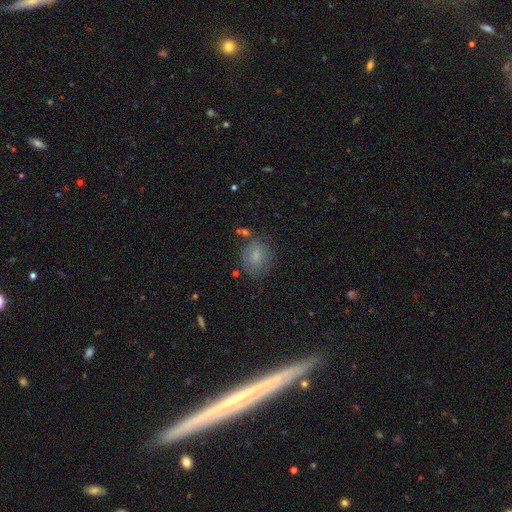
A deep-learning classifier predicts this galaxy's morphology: Smooth or featured: smooth — 74% (featured or disk — 15%)
How rounded: round — 58% (in between — 41%)
Merging: none — 73% (minor disturbance — 18%)